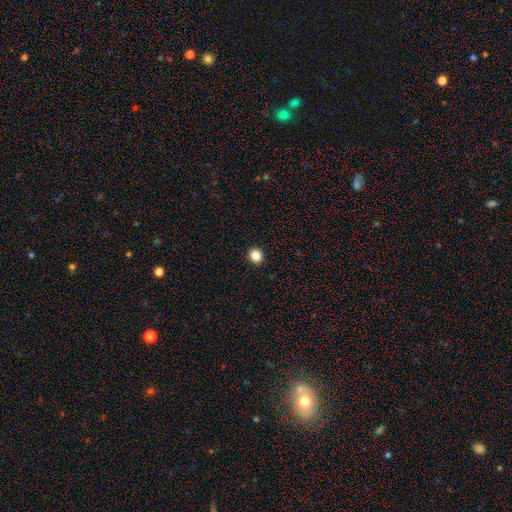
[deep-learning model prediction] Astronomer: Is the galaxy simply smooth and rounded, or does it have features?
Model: smooth — 86%.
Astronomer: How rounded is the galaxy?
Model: round — 79%.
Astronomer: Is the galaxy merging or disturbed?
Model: none — 93%.